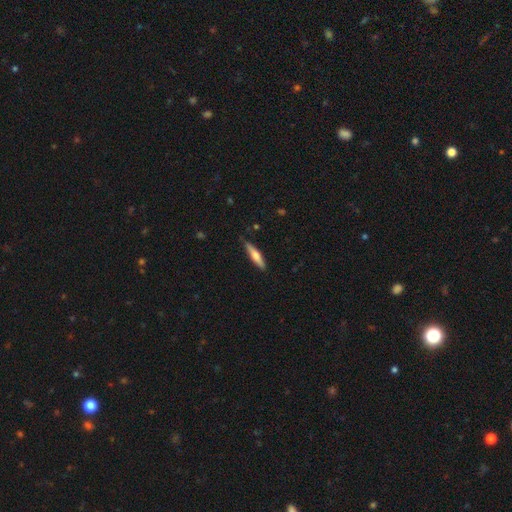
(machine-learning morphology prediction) smooth 58%, featured or disk 37%, star or artifact 6%. Down the decision tree: how rounded — cigar-shaped (83%); merging — none (84%).